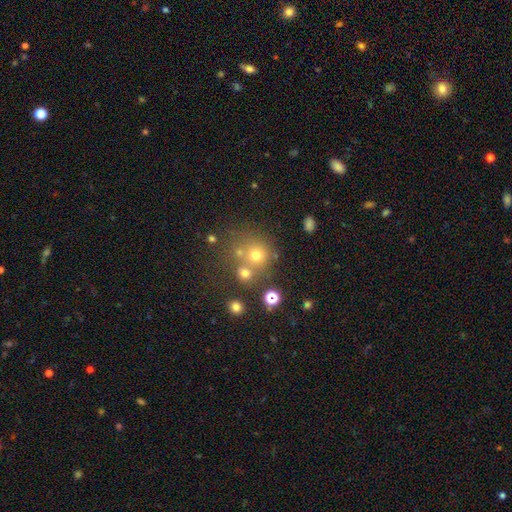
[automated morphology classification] This is likely a smooth galaxy (66%). How rounded: clearly round (84%). Merging: possibly none (56%).